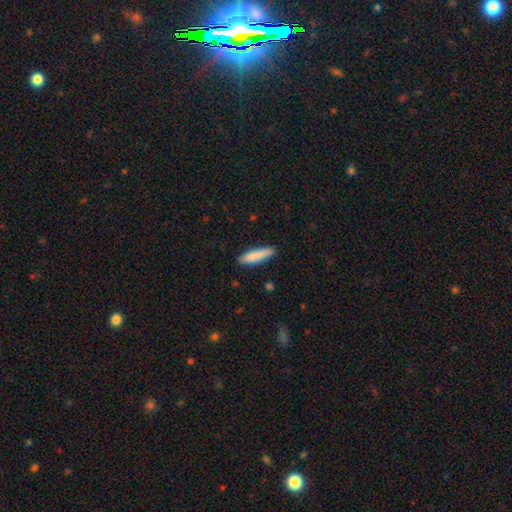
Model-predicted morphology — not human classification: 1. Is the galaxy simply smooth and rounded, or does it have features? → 85% smooth, 10% featured or disk, 6% star or artifact.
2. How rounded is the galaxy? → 78% cigar-shaped, 20% in between, 1% round.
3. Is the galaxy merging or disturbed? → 87% none, 10% minor disturbance, 2% major disturbance, 1% merger.